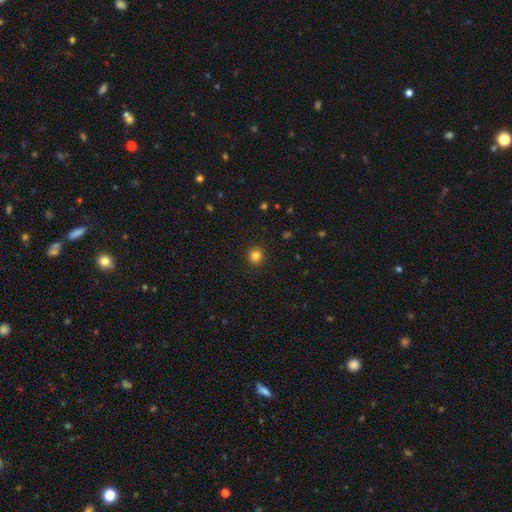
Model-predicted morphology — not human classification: A smooth galaxy with no disk features (82%) that is round (93%). Merging: none (93%).